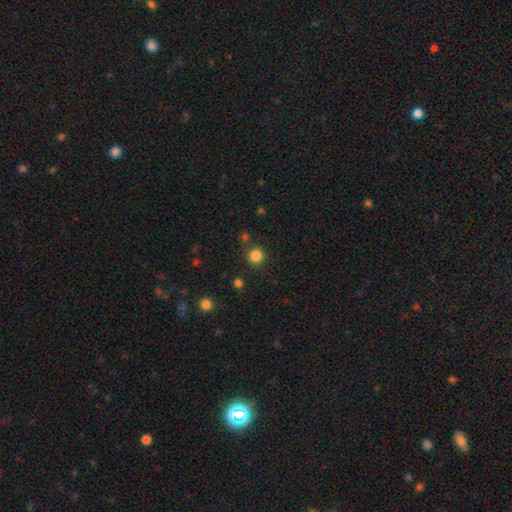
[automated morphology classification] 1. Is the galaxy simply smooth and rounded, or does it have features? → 83% smooth, 13% star or artifact, 4% featured or disk.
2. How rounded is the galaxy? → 93% round, 6% in between, 1% cigar-shaped.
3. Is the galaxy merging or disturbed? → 85% none, 7% minor disturbance, 5% merger, 3% major disturbance.